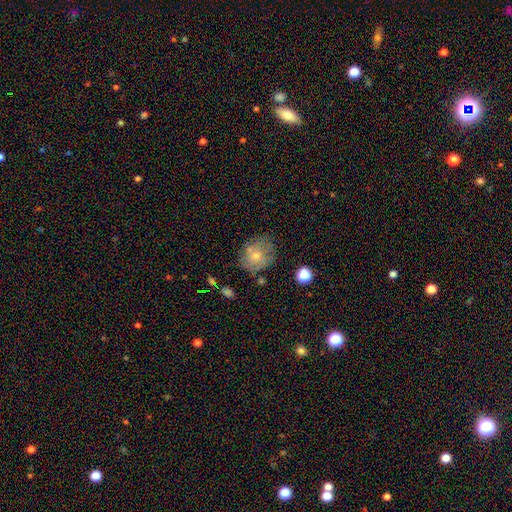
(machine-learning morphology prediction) Smooth or featured?
  - smooth: 56% *
  - featured or disk: 35%
  - star or artifact: 10%
How rounded?
  - round: 70% *
  - in between: 29%
  - cigar-shaped: 1%
Merging?
  - none: 60% *
  - minor disturbance: 24%
  - major disturbance: 11%
  - merger: 5%